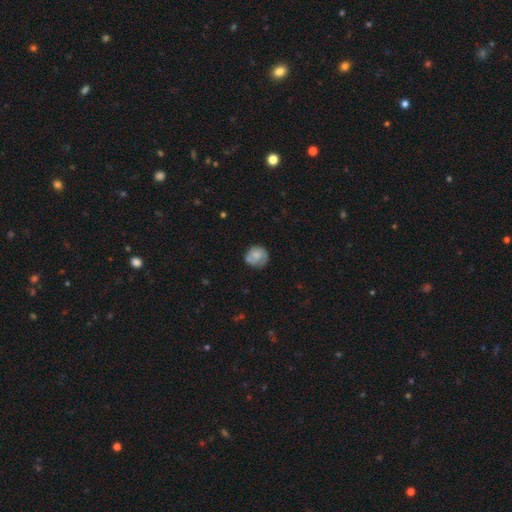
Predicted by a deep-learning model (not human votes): Smooth or featured: smooth — 53% (featured or disk — 40%)
How rounded: round — 82% (in between — 17%)
Merging: none — 63% (minor disturbance — 24%)